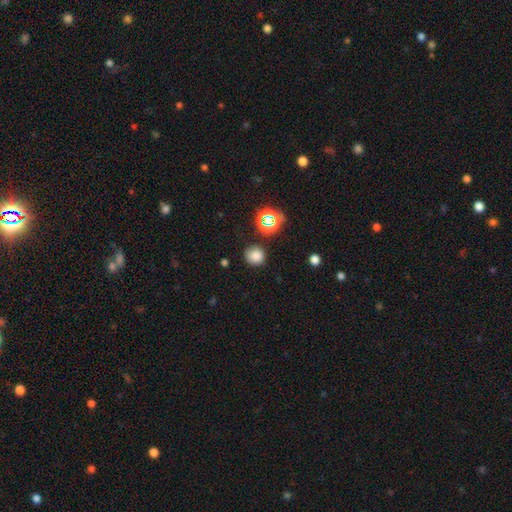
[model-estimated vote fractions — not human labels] A smooth galaxy with no disk features (77%) that is round (90%). Merging: none (82%).